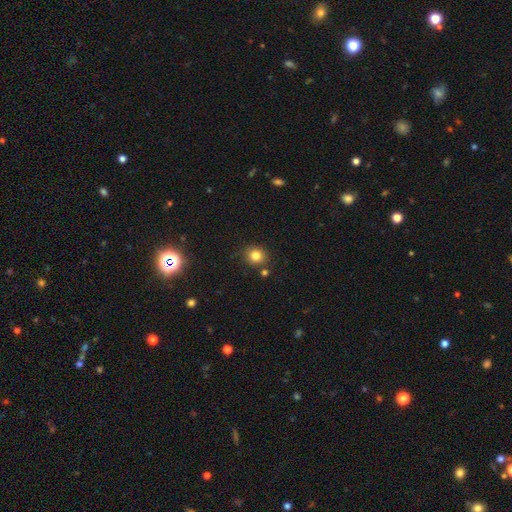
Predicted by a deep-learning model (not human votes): Q: Smooth or featured?
A: smooth (81%); runner-up: star or artifact (13%)
Q: How rounded?
A: round (80%); runner-up: in between (19%)
Q: Merging?
A: none (81%); runner-up: minor disturbance (10%)